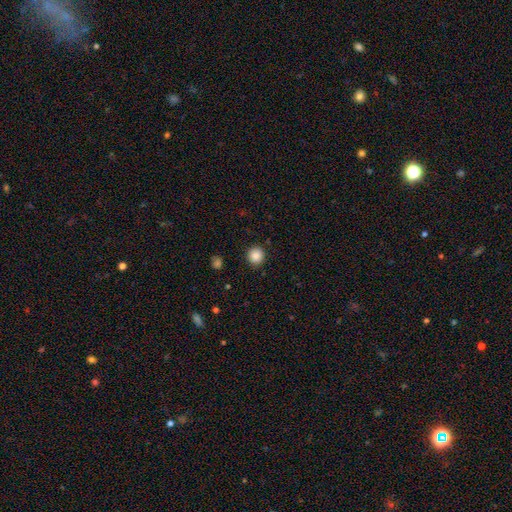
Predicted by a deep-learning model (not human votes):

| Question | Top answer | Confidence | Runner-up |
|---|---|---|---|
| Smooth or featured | smooth | 87% | star or artifact (9%) |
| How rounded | round | 92% | in between (7%) |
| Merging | none | 91% | minor disturbance (6%) |